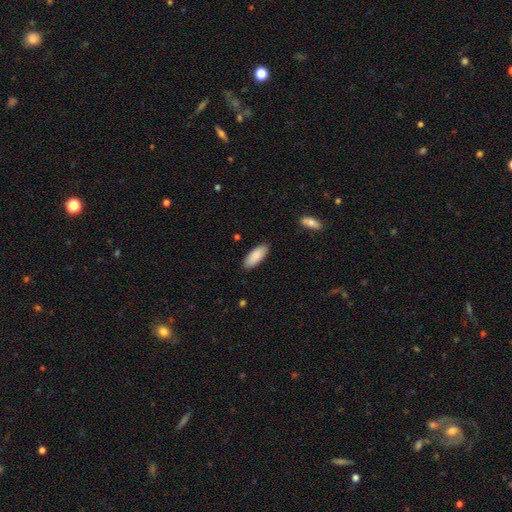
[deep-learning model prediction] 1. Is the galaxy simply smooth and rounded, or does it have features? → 89% smooth, 6% star or artifact, 6% featured or disk.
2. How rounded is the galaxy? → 79% in between, 19% cigar-shaped, 1% round.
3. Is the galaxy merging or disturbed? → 88% none, 9% minor disturbance, 2% major disturbance, 1% merger.